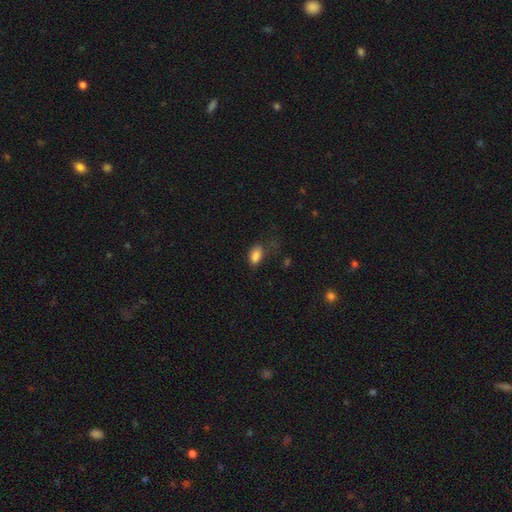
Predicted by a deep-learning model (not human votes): Morphology: type=smooth (85%); roundness=in between (91%); merging=none (54%).